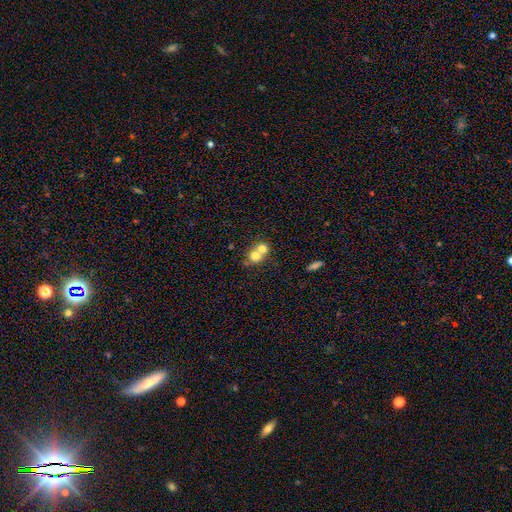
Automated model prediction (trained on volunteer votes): Smooth or featured? smooth (71%)
How rounded? round (77%)
Merging? merger (67%)